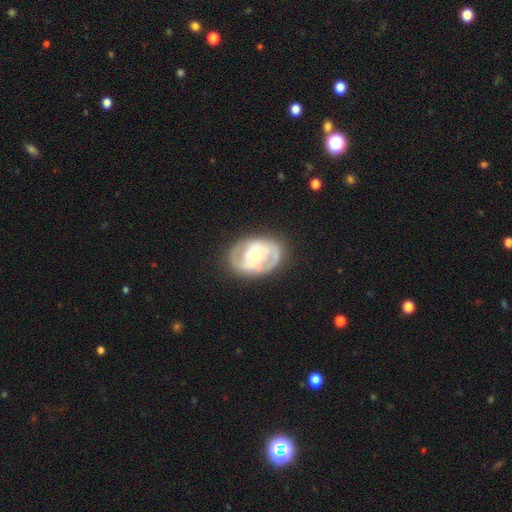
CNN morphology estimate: Smooth or featured? featured or disk (75%)
Edge-on disk? no (96%)
Bar? no (60%)
Spiral arms? yes (65%)
Bulge size? moderate (68%)
Merging? none (78%)